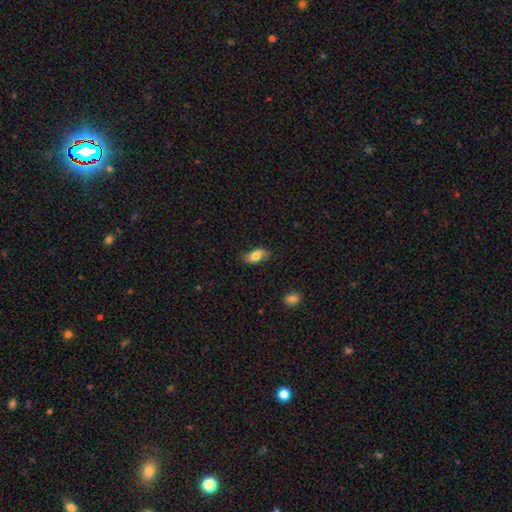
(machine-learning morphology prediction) Smooth or featured?
  - smooth: 69% *
  - featured or disk: 24%
  - star or artifact: 7%
How rounded?
  - in between: 87% *
  - cigar-shaped: 8%
  - round: 4%
Merging?
  - none: 77% *
  - minor disturbance: 17%
  - major disturbance: 4%
  - merger: 1%